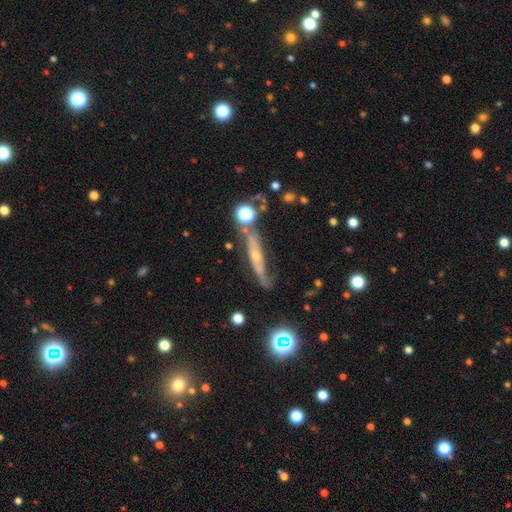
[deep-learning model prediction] The model was most divided on "merging": none: 59%, minor disturbance: 23%, major disturbance: 10%, merger: 8%. More confident: edge-on disk — yes (77%); edge-on bulge — rounded (73%); smooth or featured — featured or disk (66%).